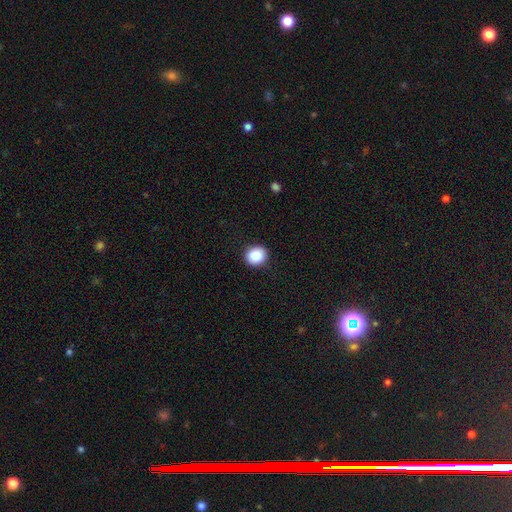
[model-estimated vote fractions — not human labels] Smooth or featured: smooth — 88% (star or artifact — 8%)
How rounded: round — 76% (in between — 23%)
Merging: none — 91% (minor disturbance — 7%)